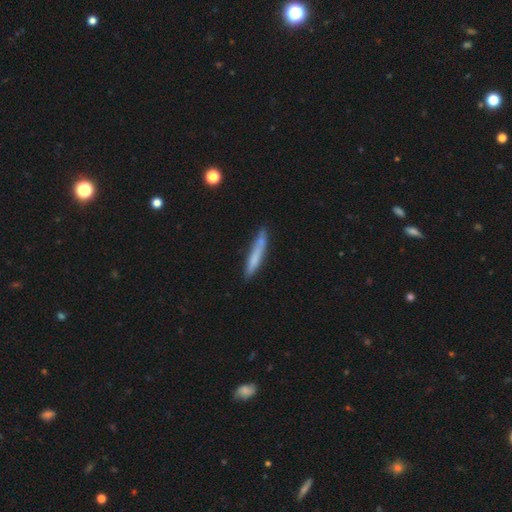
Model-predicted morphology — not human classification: smooth 68%, featured or disk 25%, star or artifact 7%. Down the decision tree: how rounded — cigar-shaped (94%); merging — none (78%).